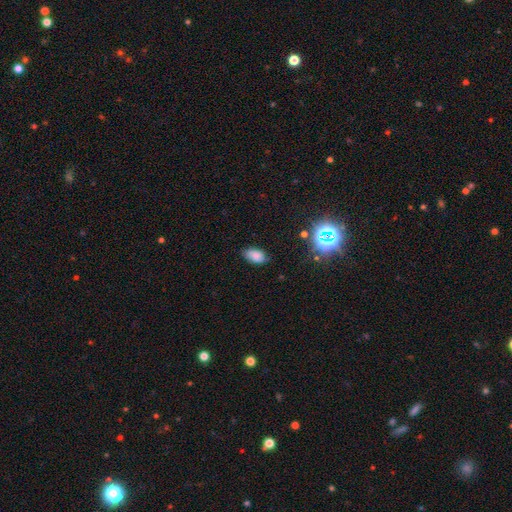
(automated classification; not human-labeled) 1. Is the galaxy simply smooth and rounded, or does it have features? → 79% smooth, 13% star or artifact, 7% featured or disk.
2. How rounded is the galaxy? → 91% in between, 7% round, 2% cigar-shaped.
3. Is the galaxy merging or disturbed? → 77% none, 18% minor disturbance, 4% major disturbance, 1% merger.